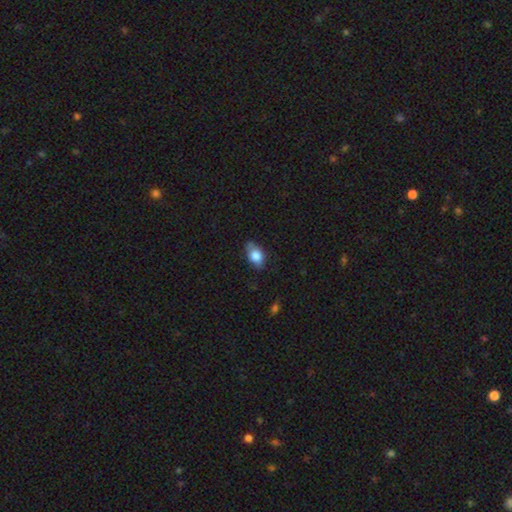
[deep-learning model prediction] Overall: smooth (78%). How rounded: in between (86%). Merging: none (68%).